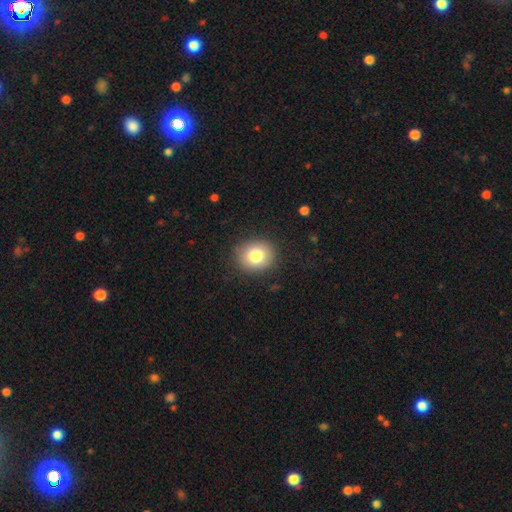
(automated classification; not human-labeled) Smooth or featured?
  - smooth: 81% *
  - featured or disk: 10%
  - star or artifact: 9%
How rounded?
  - round: 69% *
  - in between: 30%
  - cigar-shaped: 1%
Merging?
  - none: 88% *
  - minor disturbance: 8%
  - major disturbance: 3%
  - merger: 1%